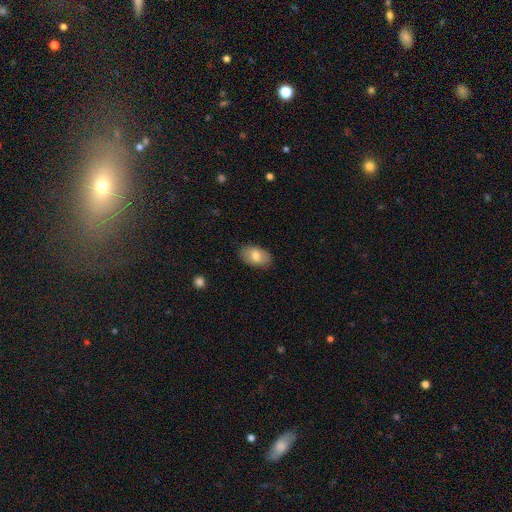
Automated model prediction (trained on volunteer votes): A smooth galaxy with no disk features (76%) that is in between round and cigar-shaped (92%).

Vote fractions:
- Smooth or featured? smooth: 76% / featured or disk: 17% / star or artifact: 7%
- How rounded? in between: 92% / round: 7% / cigar-shaped: 1%
- Merging? none: 86% / minor disturbance: 11% / major disturbance: 2% / merger: 1%